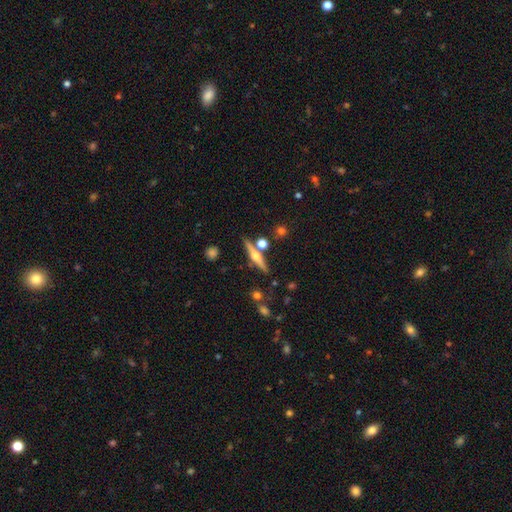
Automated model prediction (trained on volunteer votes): Overall: featured or disk (70%). Edge-on disk: yes (97%). Edge-on bulge: rounded (94%). Merging: none (79%).